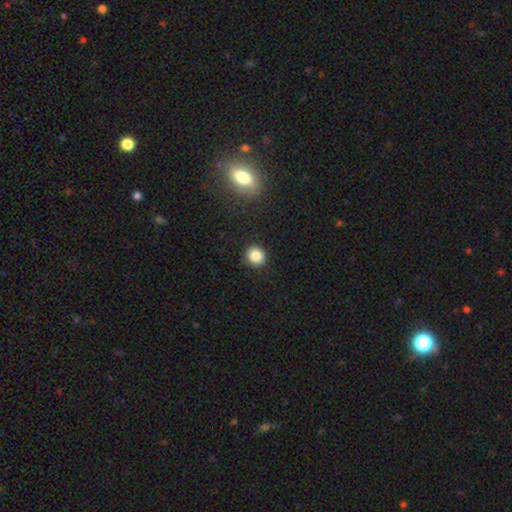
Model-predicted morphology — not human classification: Overall: smooth (84%). How rounded: round (90%). Merging: none (89%).